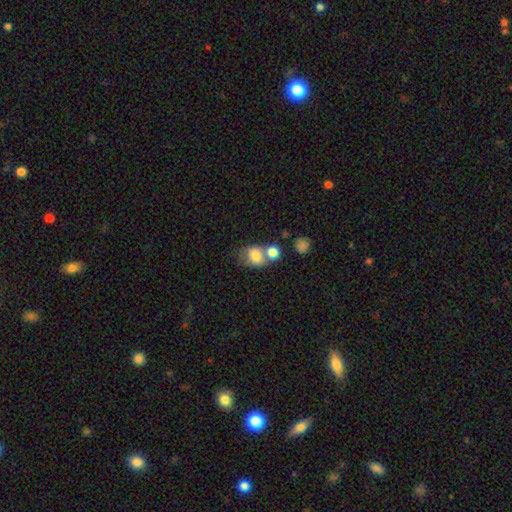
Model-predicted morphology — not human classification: Overall: smooth (77%). How rounded: round (50%; in between 49%). Merging: merger (49%; none 33%).